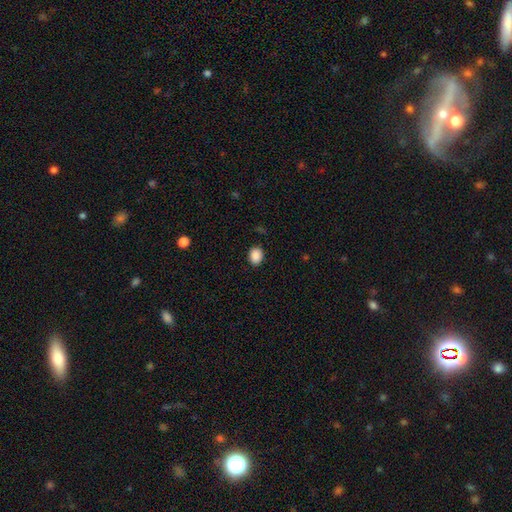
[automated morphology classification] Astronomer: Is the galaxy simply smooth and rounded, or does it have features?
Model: smooth — 89%.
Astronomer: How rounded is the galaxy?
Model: in between — 58% (runner-up: round, 41%).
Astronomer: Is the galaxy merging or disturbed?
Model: none — 88%.